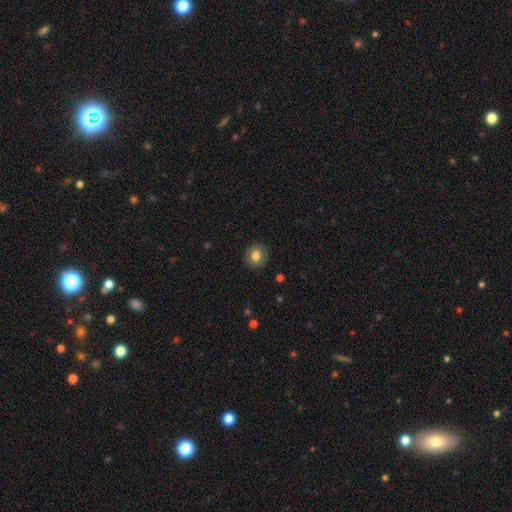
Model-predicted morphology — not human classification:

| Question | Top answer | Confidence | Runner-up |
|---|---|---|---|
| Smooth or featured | smooth | 81% | featured or disk (10%) |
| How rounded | round | 74% | in between (26%) |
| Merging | none | 87% | minor disturbance (9%) |